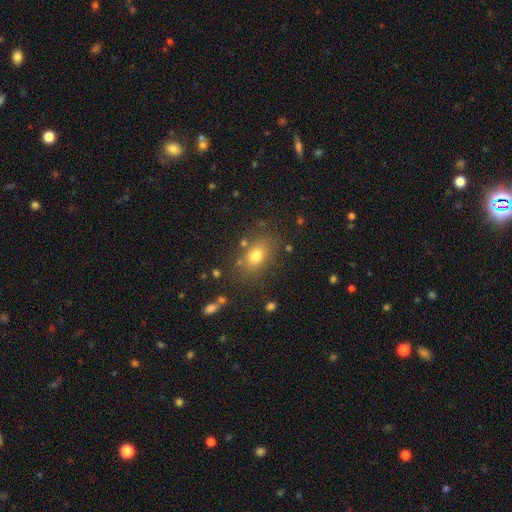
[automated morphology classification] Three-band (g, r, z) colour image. It shows a smooth galaxy with no disk features (75%) that is in between round and cigar-shaped (72%). Merging: none (79%).